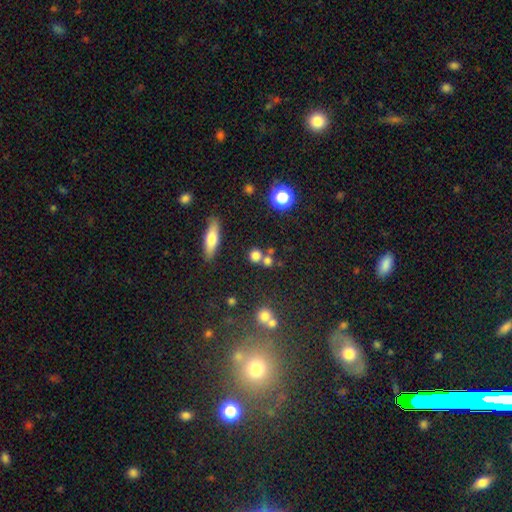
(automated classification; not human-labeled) Q: Smooth or featured?
A: smooth (73%); runner-up: star or artifact (17%)
Q: How rounded?
A: round (83%); runner-up: in between (13%)
Q: Merging?
A: none (58%); runner-up: merger (29%)